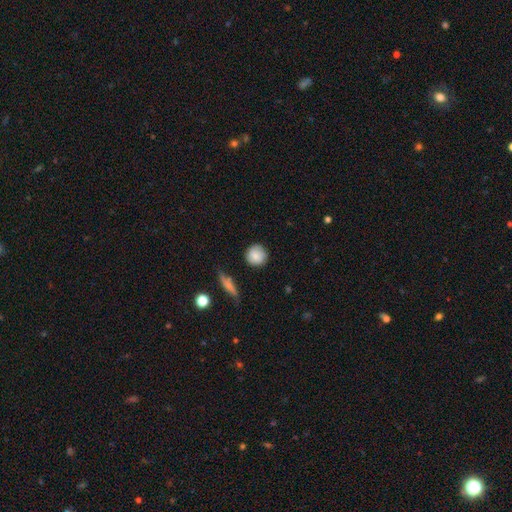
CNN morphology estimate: Smooth or featured? smooth (78%)
How rounded? round (90%)
Merging? none (75%)